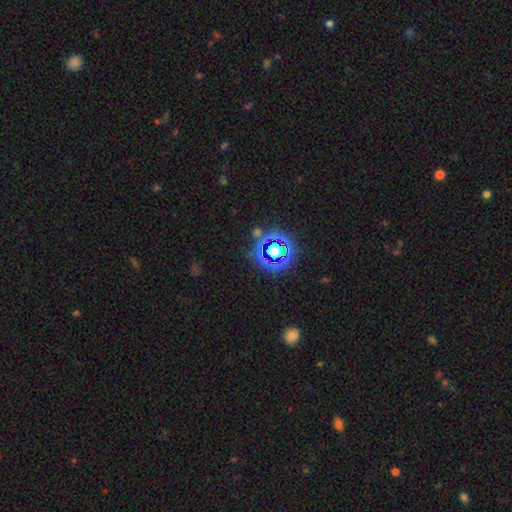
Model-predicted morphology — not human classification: smooth-or-featured: star or artifact: 76% | smooth: 16% | featured or disk: 8%